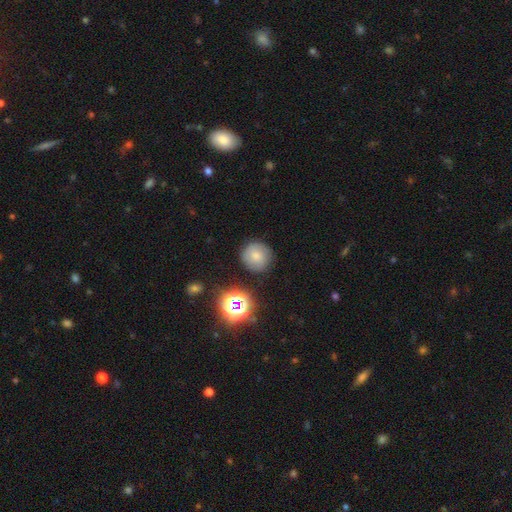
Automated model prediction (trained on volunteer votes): Smooth or featured? Predicted: smooth (p=0.70). How rounded? Predicted: round (p=0.92). Merging? Predicted: none (p=0.83).